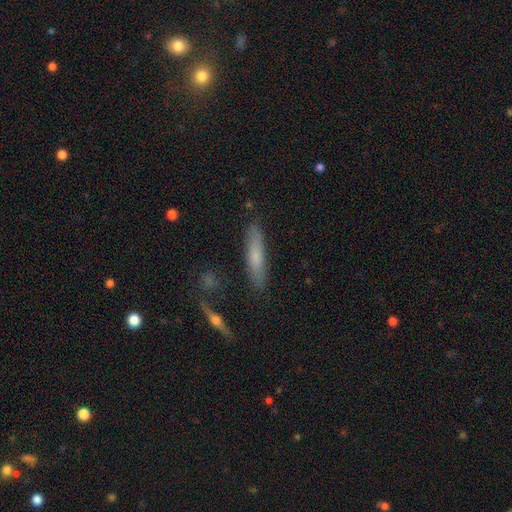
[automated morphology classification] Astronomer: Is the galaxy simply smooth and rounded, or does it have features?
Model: smooth — 67%.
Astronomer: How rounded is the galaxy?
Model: cigar-shaped — 86%.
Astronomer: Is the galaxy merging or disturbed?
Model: none — 85%.